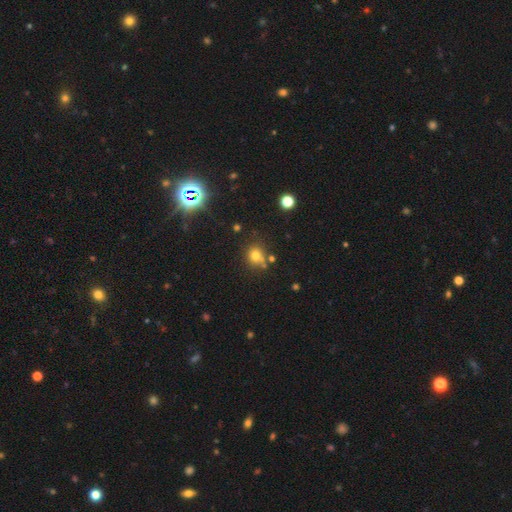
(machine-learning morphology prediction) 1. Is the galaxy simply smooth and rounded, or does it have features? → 73% smooth, 18% star or artifact, 9% featured or disk.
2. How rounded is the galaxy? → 82% round, 17% in between, 1% cigar-shaped.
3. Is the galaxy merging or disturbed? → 66% none, 16% merger, 13% minor disturbance, 5% major disturbance.